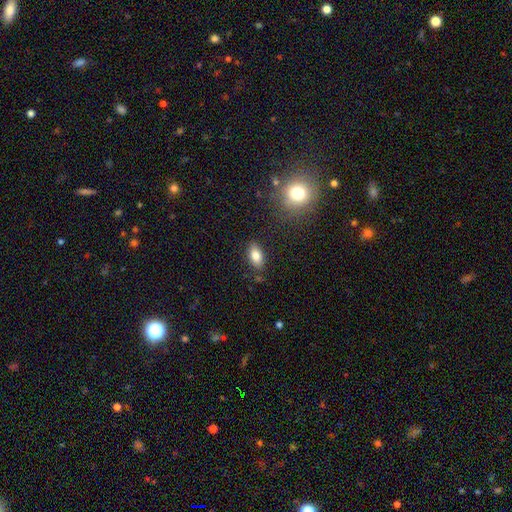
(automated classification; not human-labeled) Smooth or featured: smooth — 81% (featured or disk — 10%)
How rounded: in between — 90% (cigar-shaped — 5%)
Merging: none — 84% (minor disturbance — 11%)